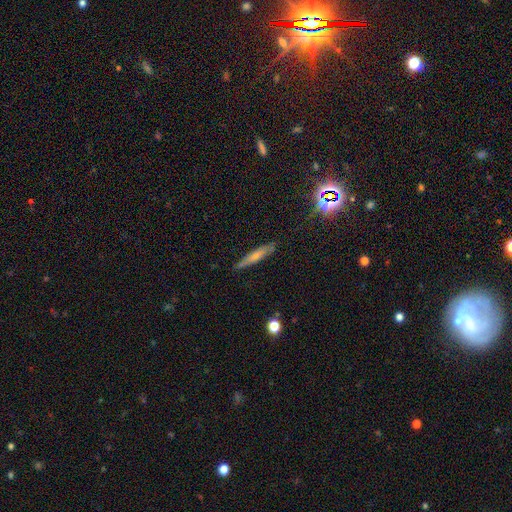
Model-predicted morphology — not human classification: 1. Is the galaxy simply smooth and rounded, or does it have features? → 60% smooth, 31% featured or disk, 10% star or artifact.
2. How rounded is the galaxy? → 89% cigar-shaped, 9% in between, 2% round.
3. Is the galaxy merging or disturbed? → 83% none, 13% minor disturbance, 2% major disturbance, 2% merger.